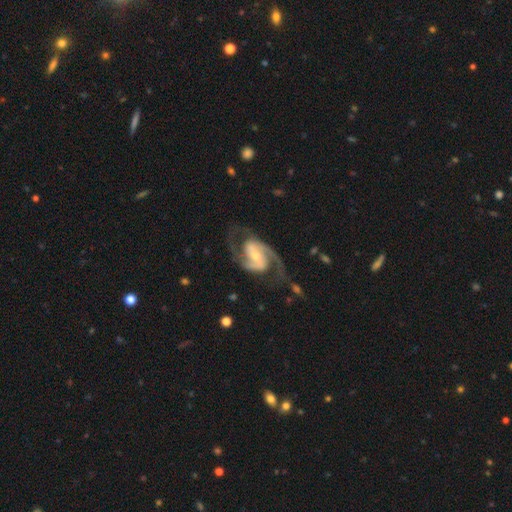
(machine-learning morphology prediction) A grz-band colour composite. It shows a featured or disk galaxy (91%) with a weak bar (43%), 2 (92%) medium (59%) spiral arms (98%) and a moderate central bulge (47%). Merging: none (70%).